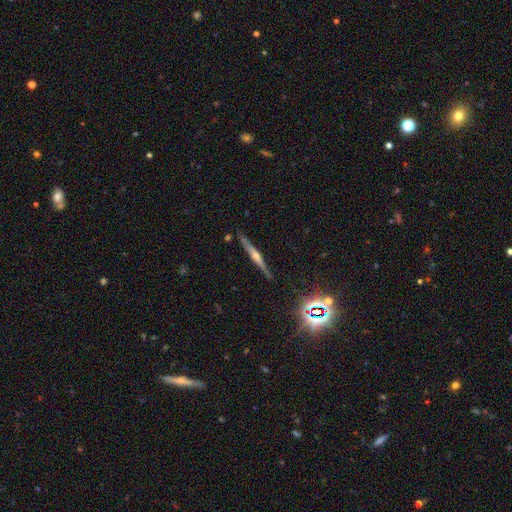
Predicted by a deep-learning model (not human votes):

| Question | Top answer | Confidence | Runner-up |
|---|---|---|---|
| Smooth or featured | featured or disk | 70% | smooth (19%) |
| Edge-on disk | yes | 98% | no (2%) |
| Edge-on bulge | rounded | 77% | boxy (12%) |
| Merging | none | 88% | minor disturbance (8%) |